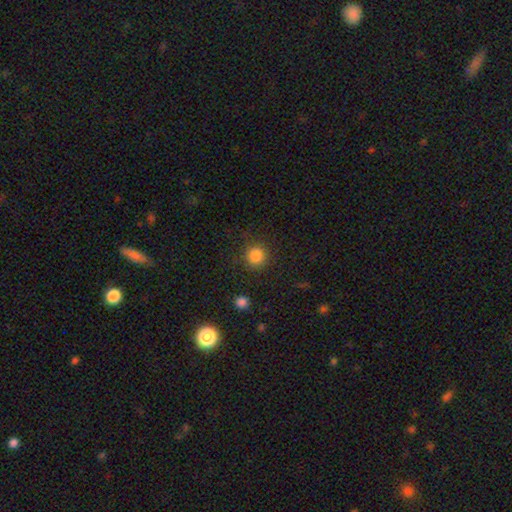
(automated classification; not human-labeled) Morphology: type=smooth (85%); roundness=round (93%); merging=none (87%).